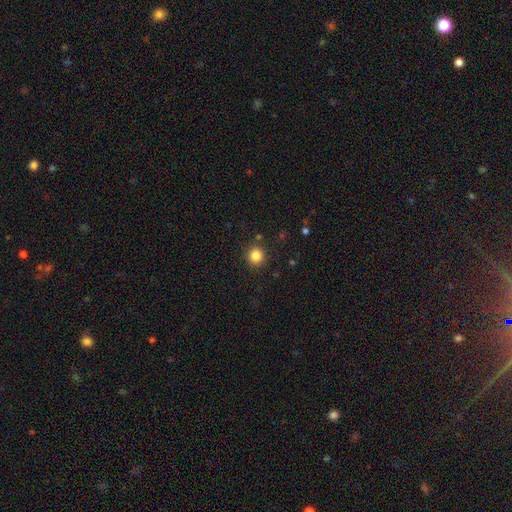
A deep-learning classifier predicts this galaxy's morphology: Q: Smooth or featured?
A: smooth (84%); runner-up: star or artifact (12%)
Q: How rounded?
A: round (92%); runner-up: in between (7%)
Q: Merging?
A: none (89%); runner-up: minor disturbance (6%)